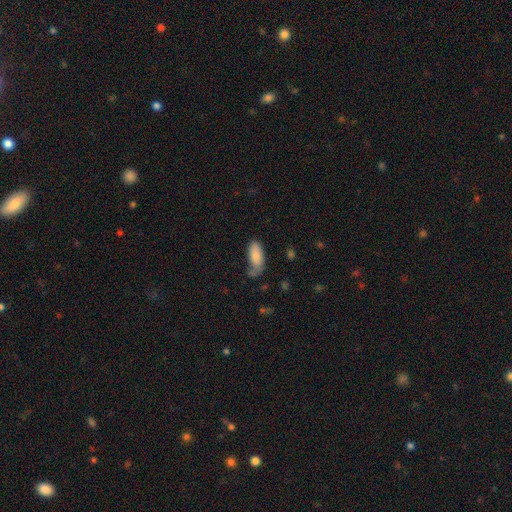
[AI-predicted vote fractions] Smooth or featured: smooth — 81% (featured or disk — 12%)
How rounded: in between — 85% (cigar-shaped — 13%)
Merging: none — 45% (minor disturbance — 32%)